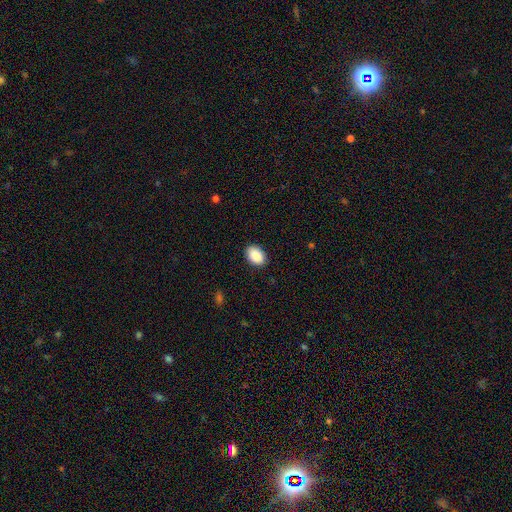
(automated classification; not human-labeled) Morphology: type=smooth (90%); roundness=in between (86%); merging=none (89%).